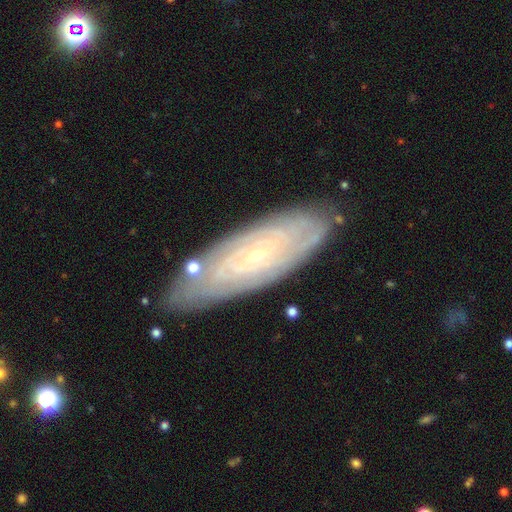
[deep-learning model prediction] smooth-or-featured: featured or disk: 75% | smooth: 18% | star or artifact: 7%
  disk-edge-on: no: 84% | yes: 16%
    bar: no: 71% | weak: 22% | strong: 6%
    has-spiral-arms: yes: 87% | no: 13%
      spiral-winding: tight: 80% | medium: 16% | loose: 4%
      spiral-arm-count: can't tell: 61% | 4: 10% | 2: 10% | 3: 7% | more than 4: 7% | 1: 4%
    bulge-size: small: 87% | moderate: 9% | none: 3% | large: 1% | dominant: 1%
  merging: none: 80% | minor disturbance: 15% | major disturbance: 3% | merger: 2%